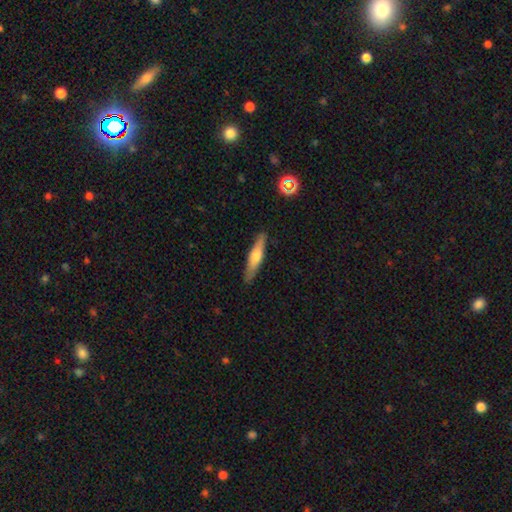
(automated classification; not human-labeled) Smooth or featured: smooth — 52% (featured or disk — 42%)
How rounded: cigar-shaped — 85% (in between — 13%)
Merging: none — 88% (minor disturbance — 9%)